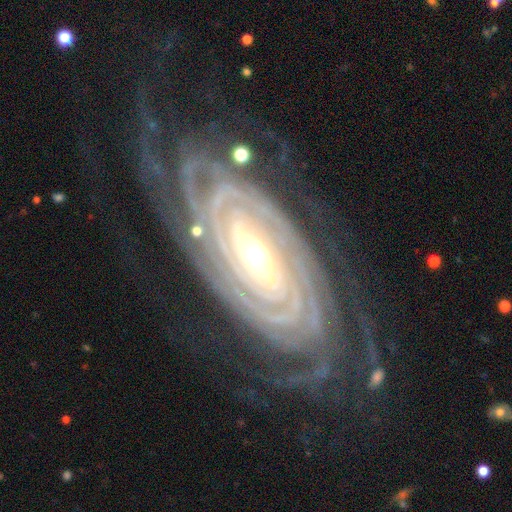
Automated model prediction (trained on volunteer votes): The model was most divided on "spiral arm count": 4: 23%, more than 4: 22%, can't tell: 18%, 3: 15%, 2: 14%, 1: 7%. Remaining: spiral arms — yes (98%); edge-on disk — no (94%); smooth or featured — featured or disk (92%); spiral winding — tight (85%); merging — none (71%); bulge size — moderate (61%); bar — no (48%).